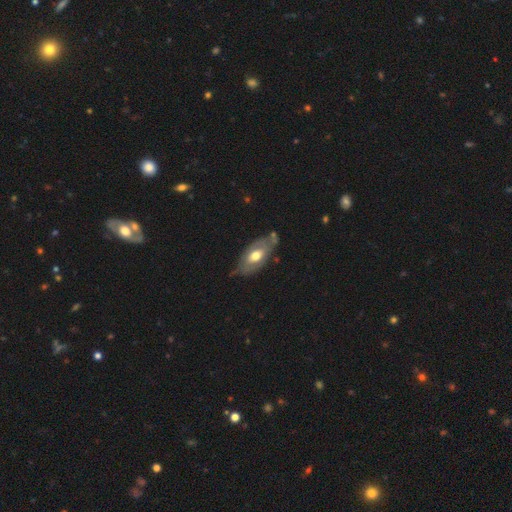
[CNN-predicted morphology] This appears to be a featured or disk galaxy (55%). Merging: none (61%).